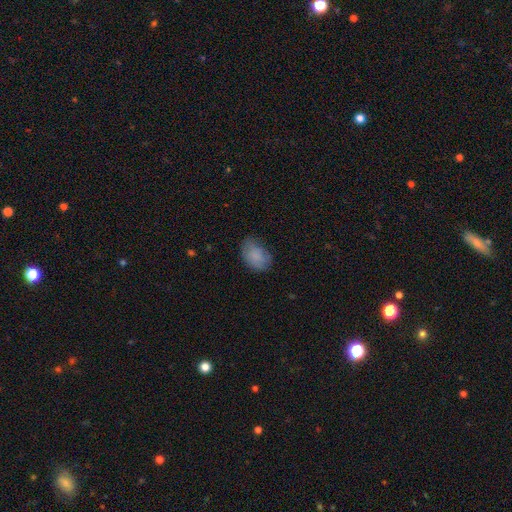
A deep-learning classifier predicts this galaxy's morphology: This is clearly a smooth galaxy (83%). How rounded: clearly in between (83%). Merging: likely none (66%).